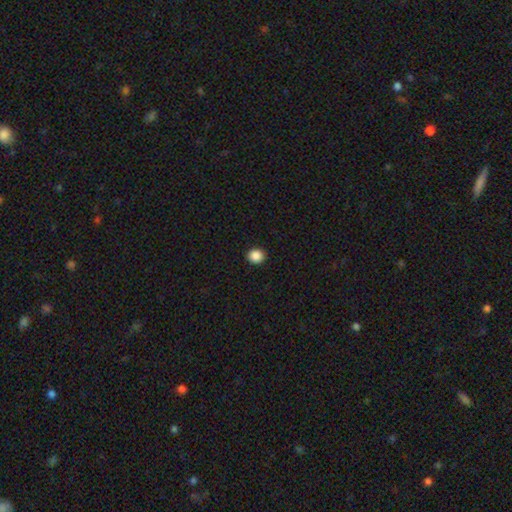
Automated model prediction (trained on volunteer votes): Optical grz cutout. It shows a smooth galaxy with no disk features (88%) that is round (82%). Merging: none (93%).